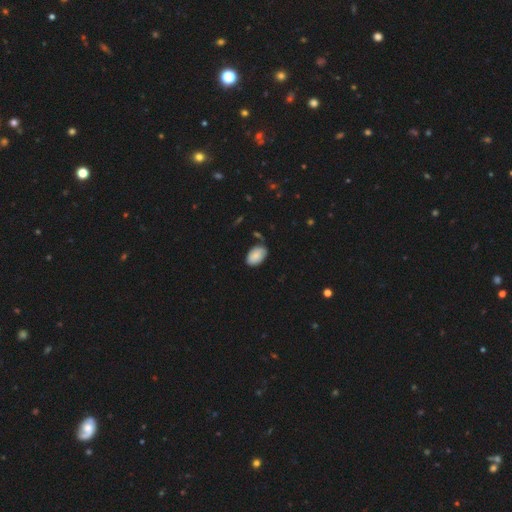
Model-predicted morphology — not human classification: smooth 85%, featured or disk 8%, star or artifact 7%. Down the decision tree: how rounded — in between (92%); merging — none (73%).